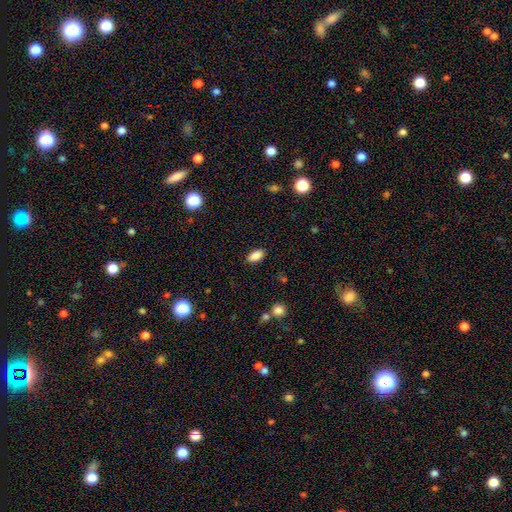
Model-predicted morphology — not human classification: Smooth or featured? smooth (87%)
How rounded? in between (91%)
Merging? none (88%)